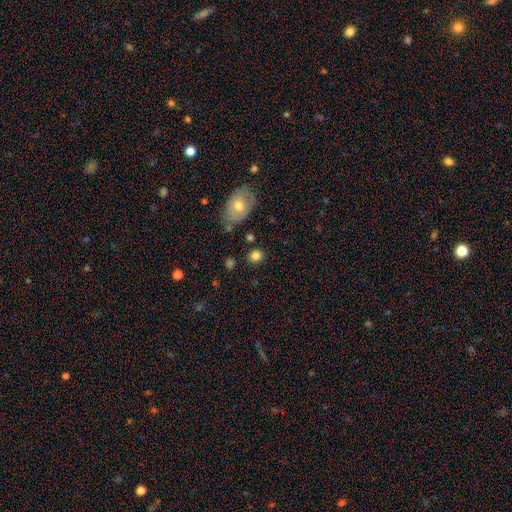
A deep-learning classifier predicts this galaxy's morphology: Overall: smooth (81%). How rounded: round (70%). Merging: none (82%).